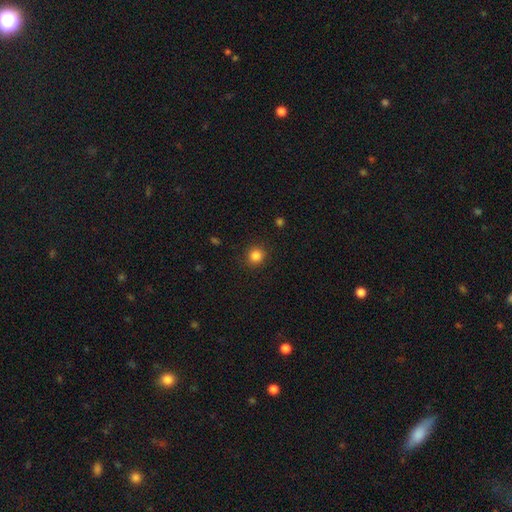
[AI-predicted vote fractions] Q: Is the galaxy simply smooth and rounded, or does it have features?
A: smooth — 84%.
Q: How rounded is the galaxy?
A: round — 89%.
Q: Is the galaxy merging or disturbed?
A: none — 90%.